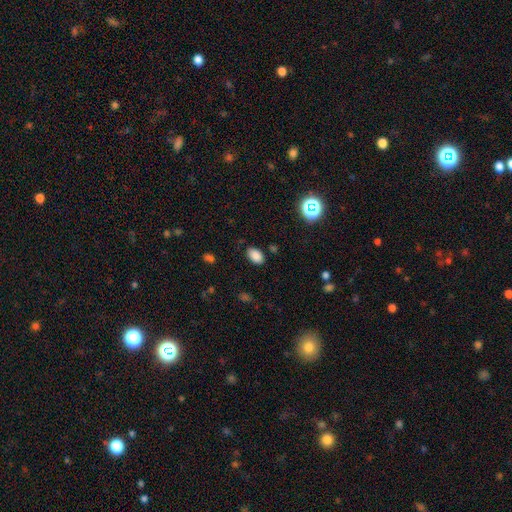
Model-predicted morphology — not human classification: This is clearly a smooth galaxy (84%). How rounded: clearly in between (90%). Merging: clearly none (84%).